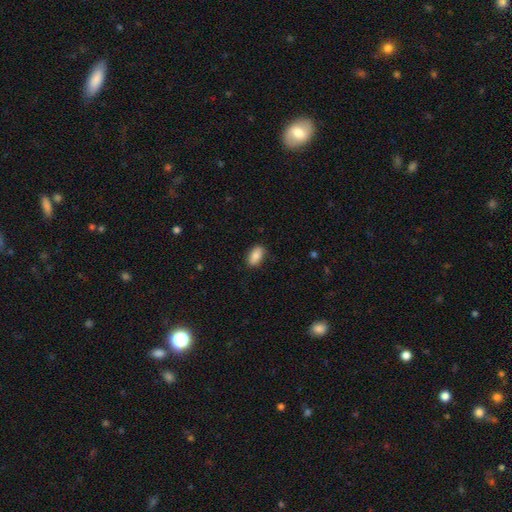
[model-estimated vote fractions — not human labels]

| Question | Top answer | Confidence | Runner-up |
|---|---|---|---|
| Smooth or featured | smooth | 86% | star or artifact (7%) |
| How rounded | in between | 91% | round (4%) |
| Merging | none | 84% | minor disturbance (12%) |